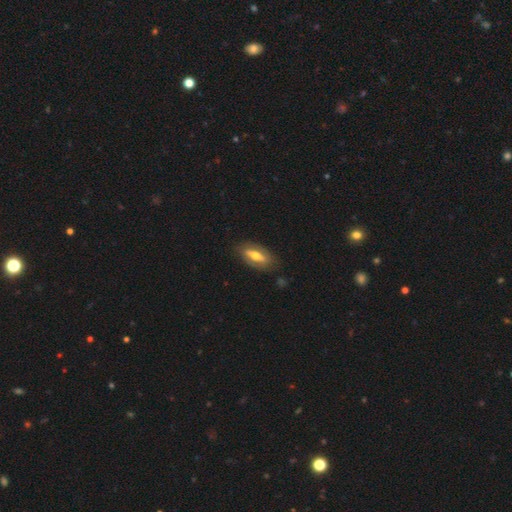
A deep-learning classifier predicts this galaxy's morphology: This appears to be a featured or disk galaxy (54%). Merging: none (79%).